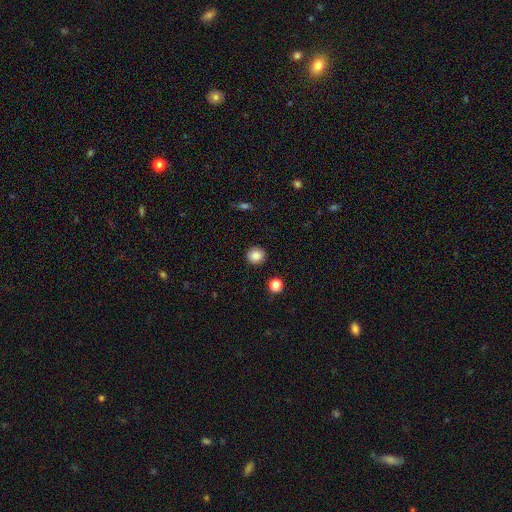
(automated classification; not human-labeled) This appears to be a smooth galaxy with no disk features (86%) that is round (91%). Merging: none (92%).